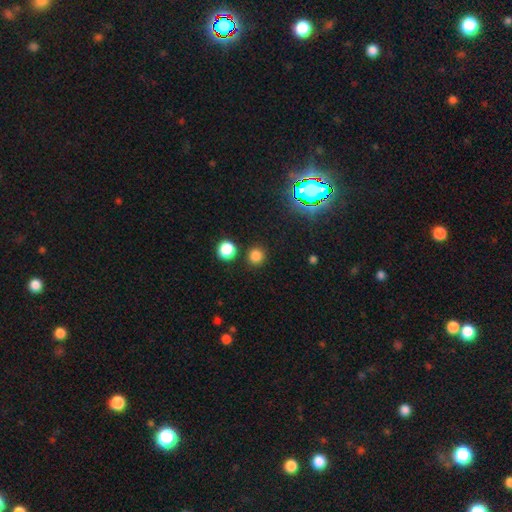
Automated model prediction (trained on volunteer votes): Q: Smooth or featured?
A: smooth (78%); runner-up: star or artifact (18%)
Q: How rounded?
A: round (93%); runner-up: in between (6%)
Q: Merging?
A: none (86%); runner-up: minor disturbance (6%)